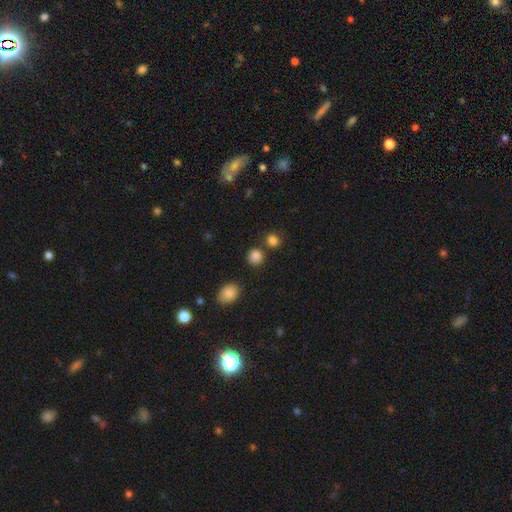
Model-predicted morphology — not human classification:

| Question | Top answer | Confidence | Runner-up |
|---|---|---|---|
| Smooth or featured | smooth | 84% | star or artifact (12%) |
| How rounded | round | 86% | in between (13%) |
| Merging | none | 77% | merger (11%) |